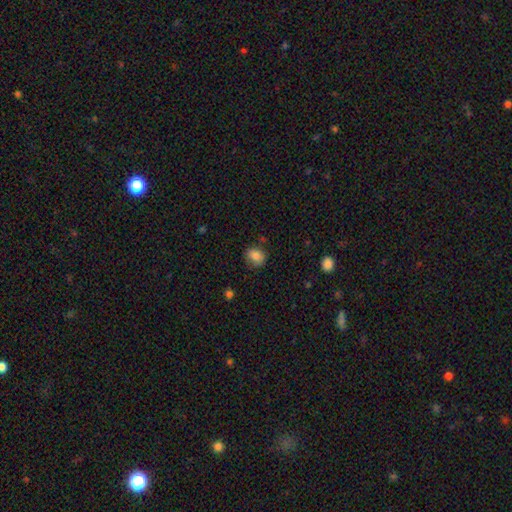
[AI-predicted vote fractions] smooth_or_featured: smooth (p=0.84) [alt: star or artifact p=0.09]
how_rounded: round (p=0.64) [alt: in between p=0.35]
merging: none (p=0.75) [alt: minor disturbance p=0.19]